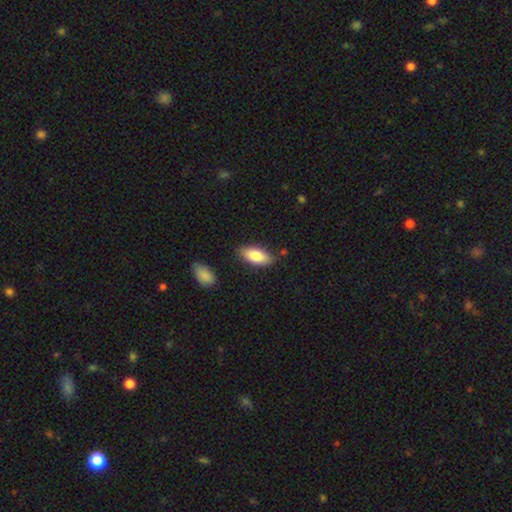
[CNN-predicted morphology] Overall: smooth (81%). How rounded: in between (86%). Merging: none (81%).